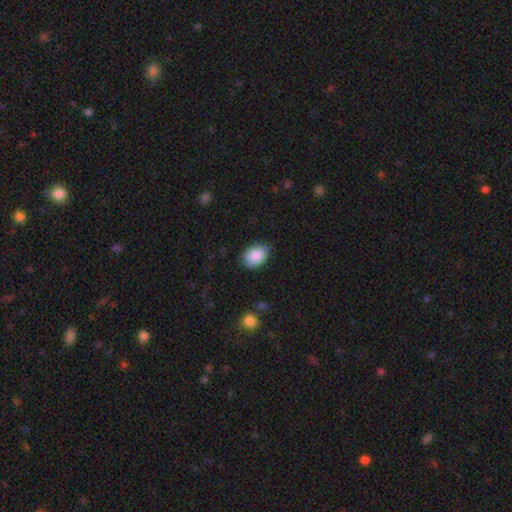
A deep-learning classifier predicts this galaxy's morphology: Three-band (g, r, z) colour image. It shows a smooth galaxy with no disk features (89%) that is in between round and cigar-shaped (83%). Merging: none (84%).